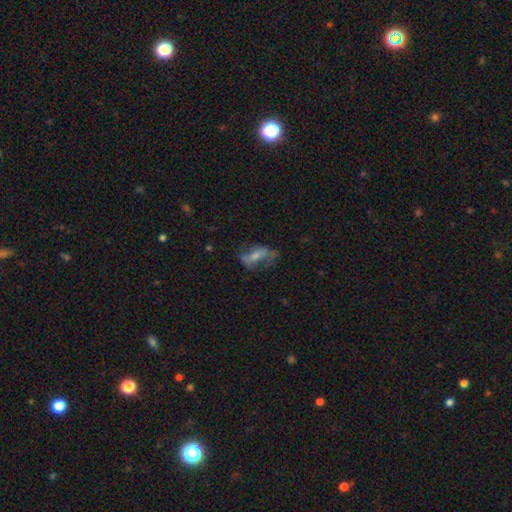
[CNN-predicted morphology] Smooth or featured? smooth (47%)
Merging? none (45%)